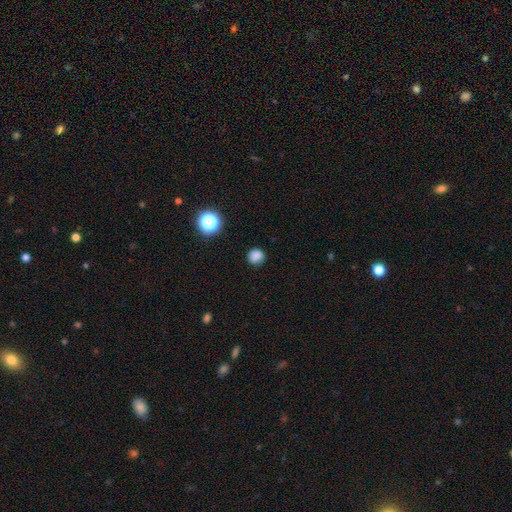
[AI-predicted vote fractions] smooth_or_featured: smooth (p=0.82) [alt: star or artifact p=0.14]
how_rounded: round (p=0.89) [alt: in between p=0.10]
merging: none (p=0.87) [alt: minor disturbance p=0.09]